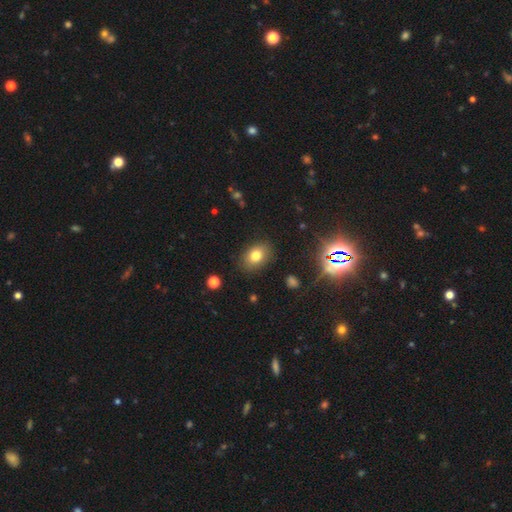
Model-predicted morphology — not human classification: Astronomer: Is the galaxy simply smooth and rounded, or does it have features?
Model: smooth — 76%.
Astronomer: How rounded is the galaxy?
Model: in between — 75%.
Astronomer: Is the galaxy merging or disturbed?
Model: none — 85%.